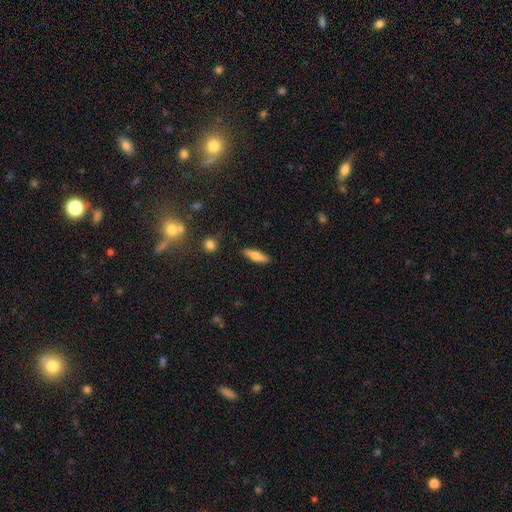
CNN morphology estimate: Smooth or featured? Predicted: smooth (p=0.68). How rounded? Predicted: cigar-shaped (p=0.65). Merging? Predicted: none (p=0.87).